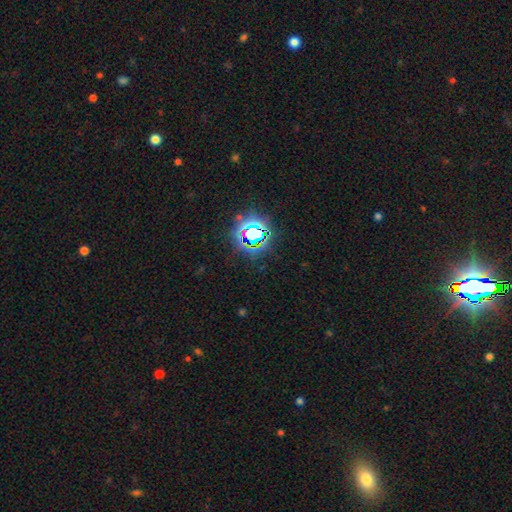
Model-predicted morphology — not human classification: smooth_or_featured: star or artifact (p=0.82) [alt: smooth p=0.11]